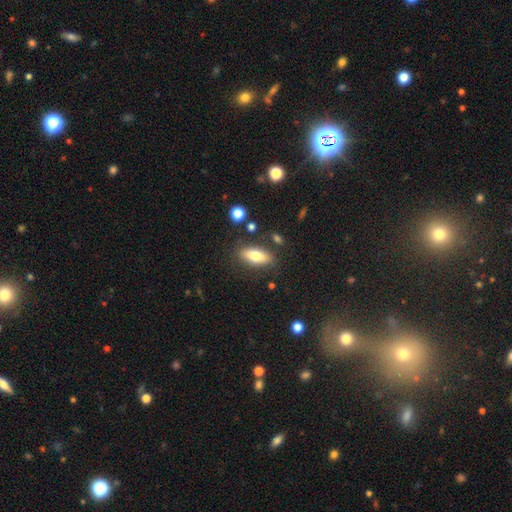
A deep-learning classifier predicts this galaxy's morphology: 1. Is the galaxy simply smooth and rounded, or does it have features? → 73% smooth, 20% featured or disk, 7% star or artifact.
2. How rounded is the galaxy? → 76% in between, 21% cigar-shaped, 3% round.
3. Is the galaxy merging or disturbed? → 81% none, 12% minor disturbance, 4% merger, 4% major disturbance.